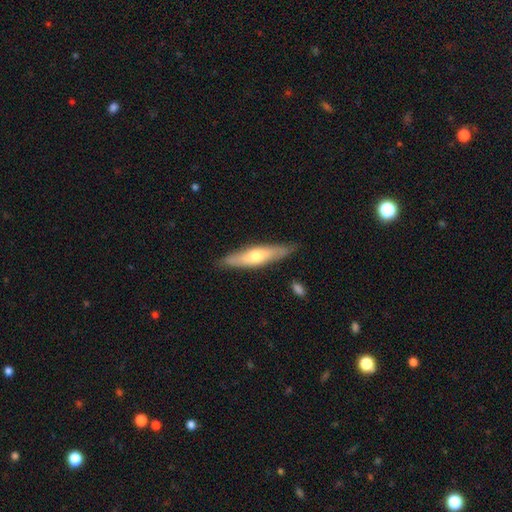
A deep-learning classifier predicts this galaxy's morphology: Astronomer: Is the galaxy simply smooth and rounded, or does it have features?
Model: smooth — 48% (runner-up: featured or disk, 46%).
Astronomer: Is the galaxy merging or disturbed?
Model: none — 84%.